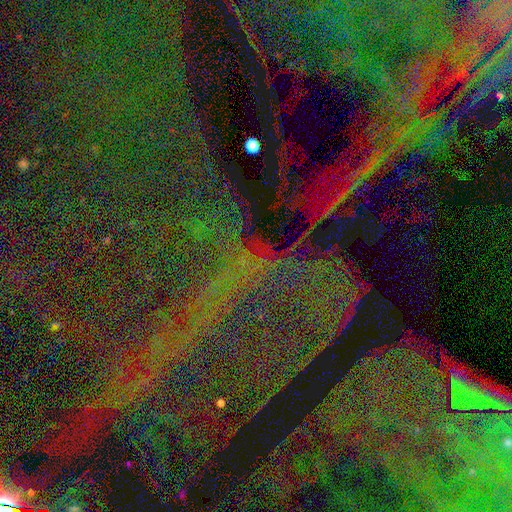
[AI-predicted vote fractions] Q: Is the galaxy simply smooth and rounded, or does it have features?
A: star or artifact — 83%.